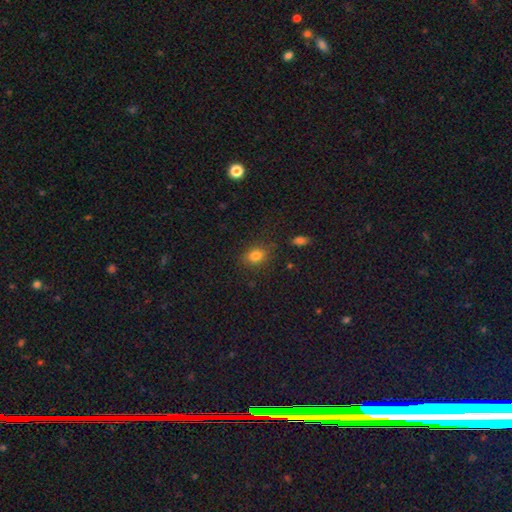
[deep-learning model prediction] This appears to be a smooth galaxy with no disk features (81%) that is in between round and cigar-shaped (57%). Merging: none (80%).